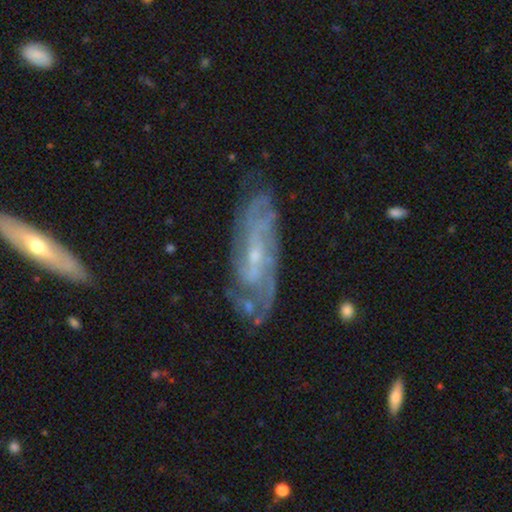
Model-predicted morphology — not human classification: Smooth or featured? Predicted: featured or disk (p=0.86). Edge-on disk? Predicted: no (p=0.89). Bar? Predicted: no (p=0.45). Spiral arms? Predicted: yes (p=0.96). Spiral winding? Predicted: tight (p=0.57). Spiral arm count? Predicted: can't tell (p=0.33). Bulge size? Predicted: small (p=0.74). Merging? Predicted: none (p=0.74).